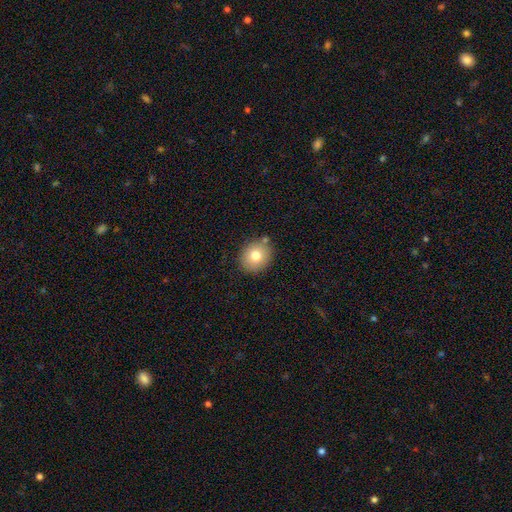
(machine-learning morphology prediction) type=smooth (77%); roundness=round (78%); merging=none (81%).